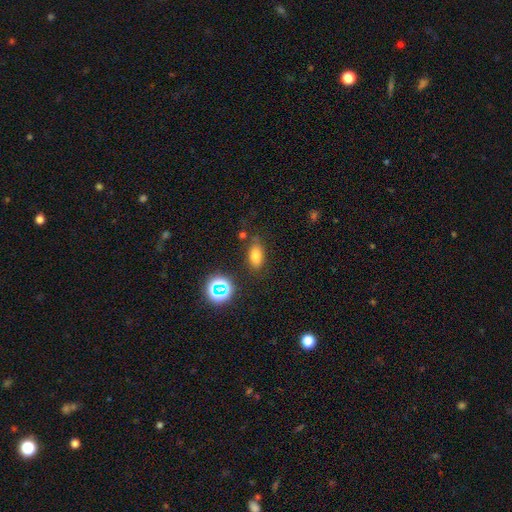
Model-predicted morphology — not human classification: Overall: smooth (73%). How rounded: in between (83%). Merging: none (77%).